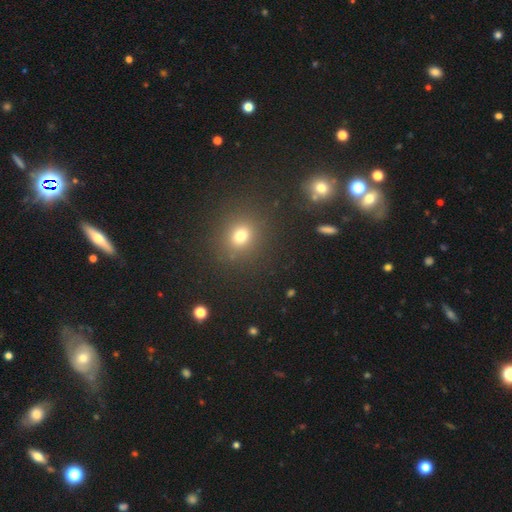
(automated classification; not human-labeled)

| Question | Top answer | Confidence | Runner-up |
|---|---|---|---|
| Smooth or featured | smooth | 51% | star or artifact (40%) |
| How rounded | round | 85% | in between (14%) |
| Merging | none | 88% | minor disturbance (6%) |